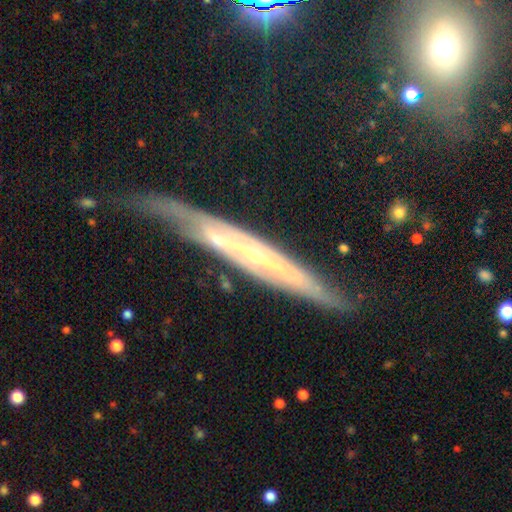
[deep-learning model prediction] Smooth or featured?
  - featured or disk: 78% *
  - smooth: 13%
  - star or artifact: 9%
Edge-on disk?
  - yes: 67% *
  - no: 33%
Edge-on bulge?
  - none: 48% *
  - rounded: 46%
  - boxy: 6%
Merging?
  - none: 59% *
  - minor disturbance: 27%
  - major disturbance: 11%
  - merger: 3%